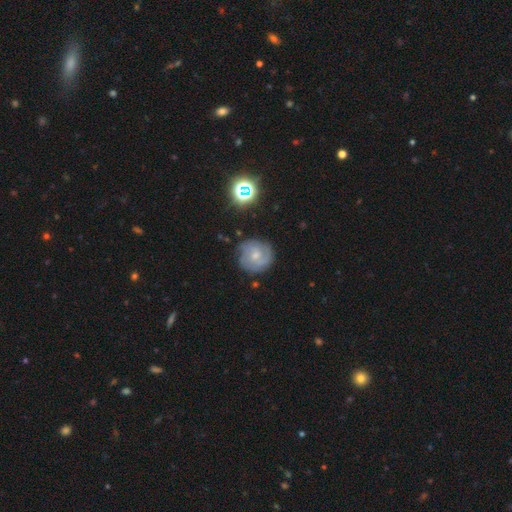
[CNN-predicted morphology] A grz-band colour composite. It shows a featured or disk galaxy (64%) with no bar (56%), 2 (36%) tight (51%) spiral arms (87%) and a small central bulge (56%). Merging: none (73%).